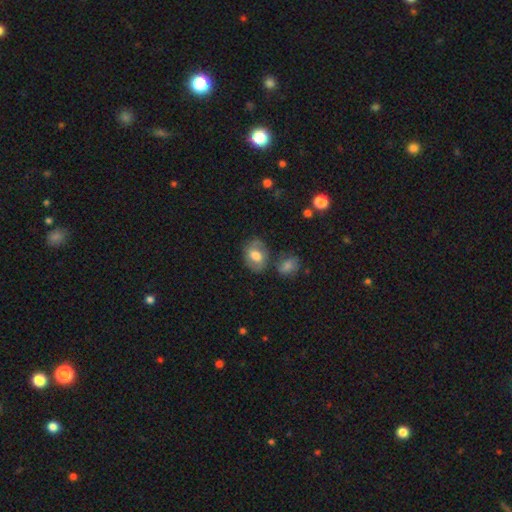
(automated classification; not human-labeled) The model was most divided on "smooth or featured": smooth: 57%, featured or disk: 36%, star or artifact: 7%. More confident: how rounded — in between (67%); merging — none (66%).